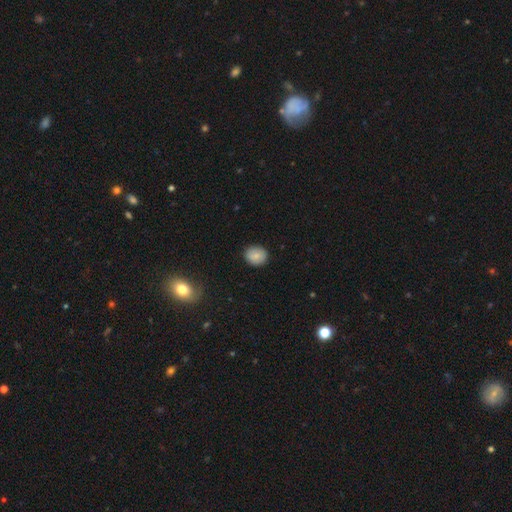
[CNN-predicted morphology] This is clearly a smooth galaxy (81%). How rounded: likely round (67%). Merging: clearly none (88%).